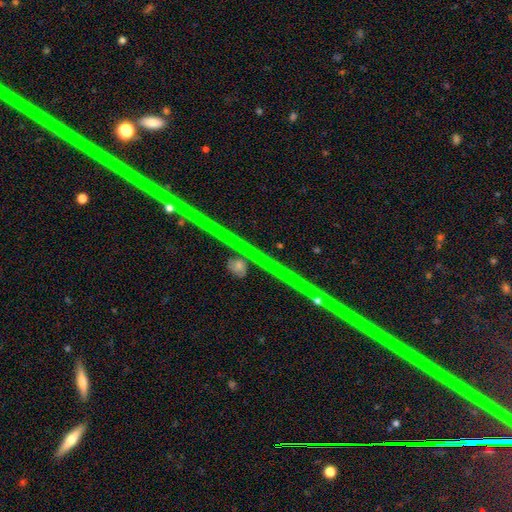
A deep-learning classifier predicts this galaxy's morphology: Smooth or featured?
  - star or artifact: 87% *
  - featured or disk: 8%
  - smooth: 5%